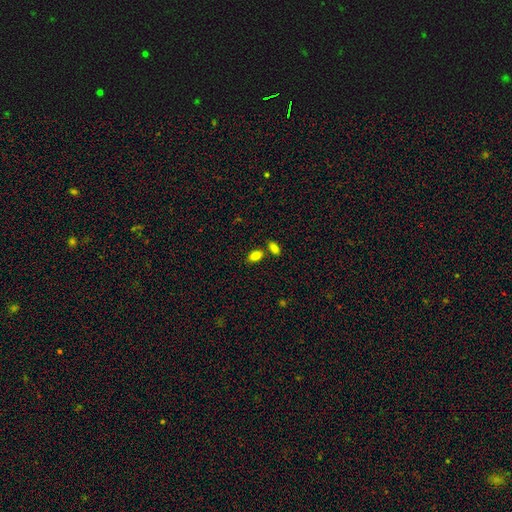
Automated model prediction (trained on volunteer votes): Q: Smooth or featured?
A: smooth (84%); runner-up: star or artifact (9%)
Q: How rounded?
A: in between (89%); runner-up: round (8%)
Q: Merging?
A: none (72%); runner-up: merger (14%)